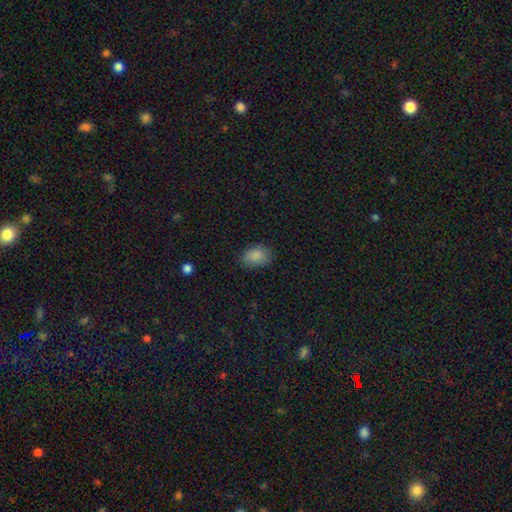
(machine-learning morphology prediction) This appears to be a smooth galaxy with no disk features (87%) that is in between round and cigar-shaped (77%). Merging: none (80%).